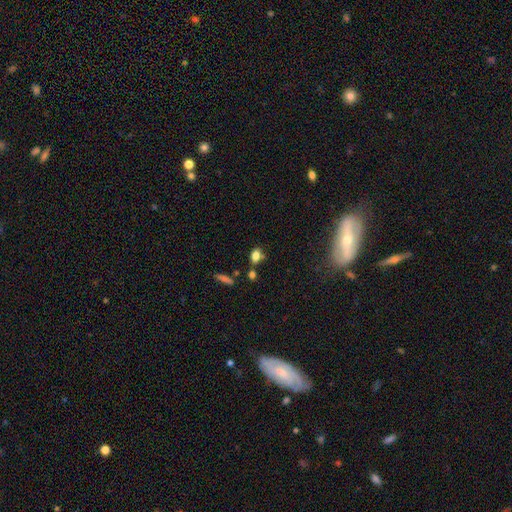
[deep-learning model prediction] Overall: smooth (78%). How rounded: in between (71%). Merging: none (61%).